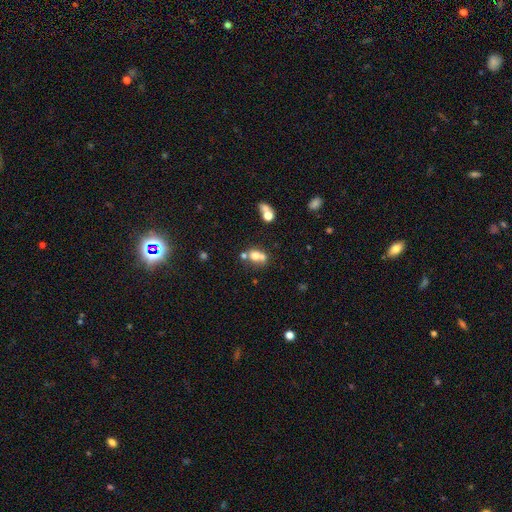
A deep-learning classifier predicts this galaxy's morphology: A smooth galaxy with no disk features (65%) that is round (50%).

Vote fractions:
- Smooth or featured? smooth: 65% / featured or disk: 21% / star or artifact: 14%
- How rounded? round: 50% / in between: 48% / cigar-shaped: 2%
- Merging? merger: 52% / none: 31% / minor disturbance: 10% / major disturbance: 7%